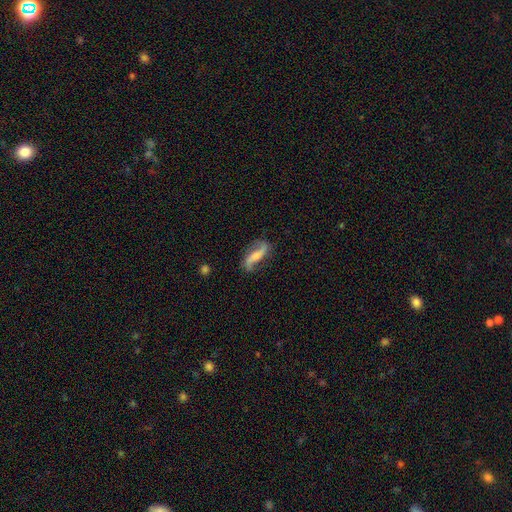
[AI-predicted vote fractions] featured or disk 77%, smooth 17%, star or artifact 6%. Down the decision tree: edge-on disk — no (91%); bar — no (38%); spiral arms — yes (94%); spiral arm count — 2 (91%); spiral winding — loose (80%); bulge size — small (40%); merging — none (73%).